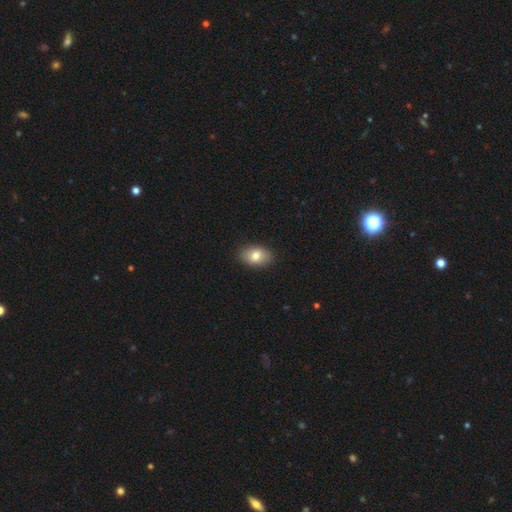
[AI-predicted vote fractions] Smooth or featured: smooth — 79% (featured or disk — 13%)
How rounded: in between — 86% (round — 13%)
Merging: none — 88% (minor disturbance — 9%)